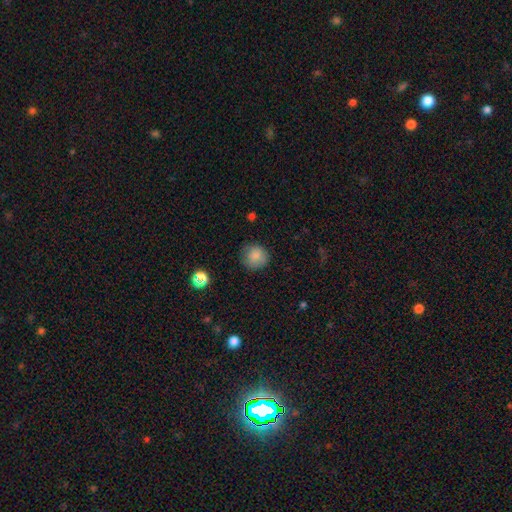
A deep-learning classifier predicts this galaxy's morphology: Smooth or featured: smooth — 84% (star or artifact — 10%)
How rounded: round — 91% (in between — 8%)
Merging: none — 81% (minor disturbance — 14%)